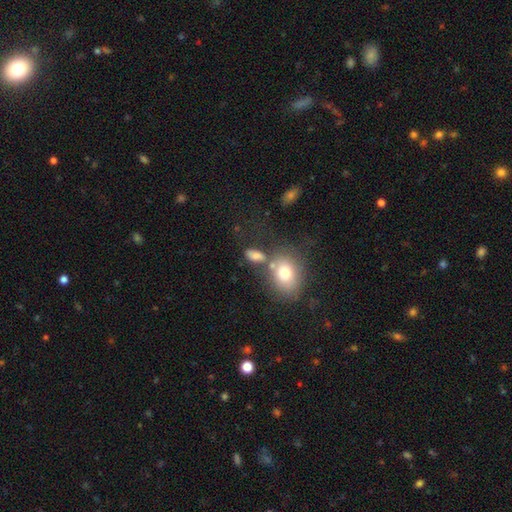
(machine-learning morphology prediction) Smooth or featured? Predicted: smooth (p=0.77). How rounded? Predicted: in between (p=0.81). Merging? Predicted: none (p=0.49).